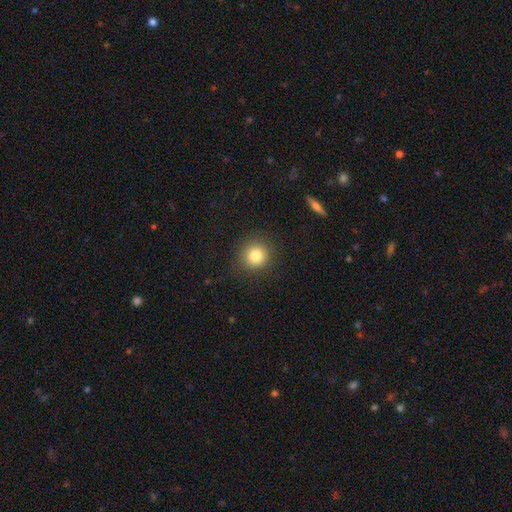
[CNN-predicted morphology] type=smooth (81%); roundness=round (93%); merging=none (90%).